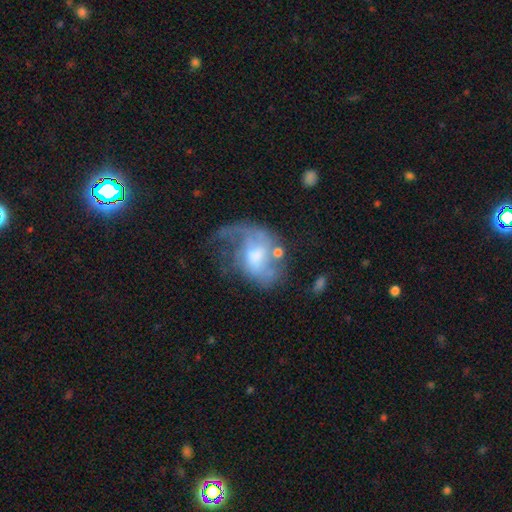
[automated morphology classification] smooth_or_featured: featured or disk (p=0.75) [alt: smooth p=0.17]
disk_edge_on: no (p=0.97) [alt: yes p=0.03]
bar: no (p=0.49) [alt: weak p=0.43]
has_spiral_arms: yes (p=0.84) [alt: no p=0.16]
spiral_winding: loose (p=0.47) [alt: medium p=0.38]
spiral_arm_count: 1 (p=0.42) [alt: 2 p=0.36]
bulge_size: moderate (p=0.49) [alt: small p=0.25]
merging: major disturbance (p=0.39) [alt: none p=0.33]